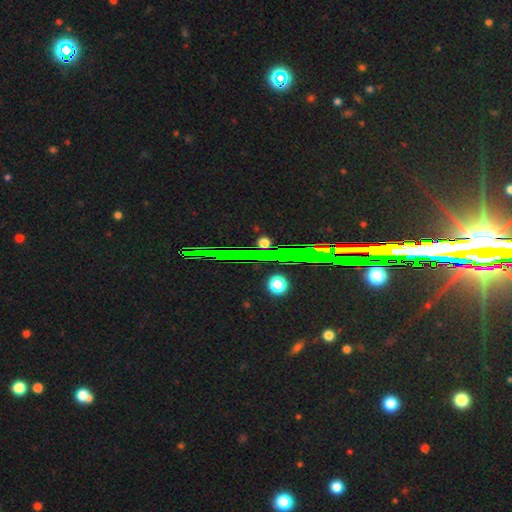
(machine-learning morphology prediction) star or artifact 84%, featured or disk 8%, smooth 7%.